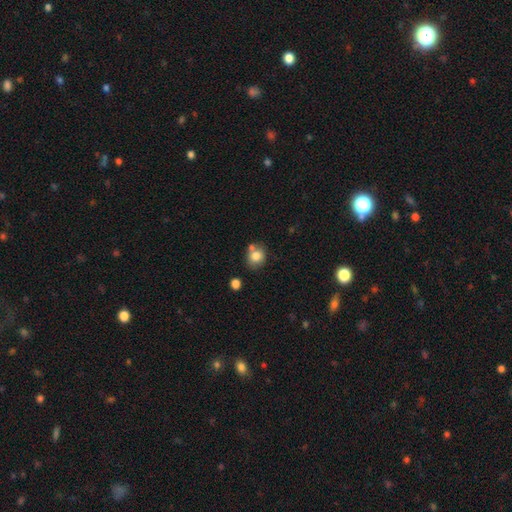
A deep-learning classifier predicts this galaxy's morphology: A smooth galaxy with no disk features (79%) that is round (72%). Merging: none (62%).